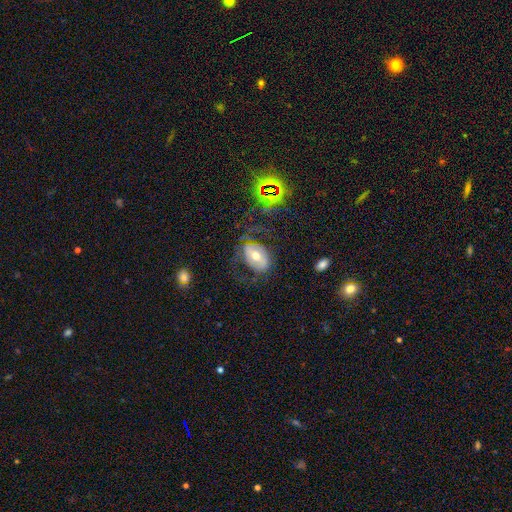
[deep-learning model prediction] Morphology: type=featured or disk (50%); edge-on=no (93%); merging=none (55%).